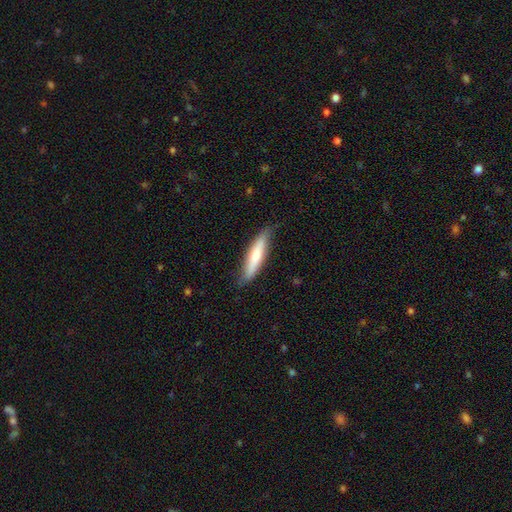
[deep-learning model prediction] Smooth or featured: smooth — 65% (featured or disk — 30%)
How rounded: cigar-shaped — 84% (in between — 15%)
Merging: none — 75% (minor disturbance — 21%)